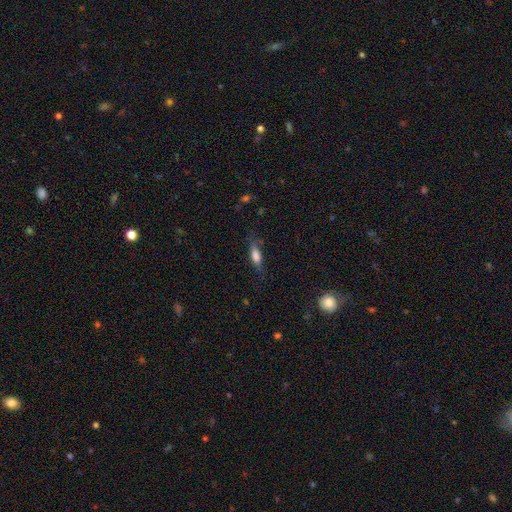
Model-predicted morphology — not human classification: This appears to be a smooth galaxy with no disk features (70%) that is in between round and cigar-shaped (57%). Merging: none (65%).